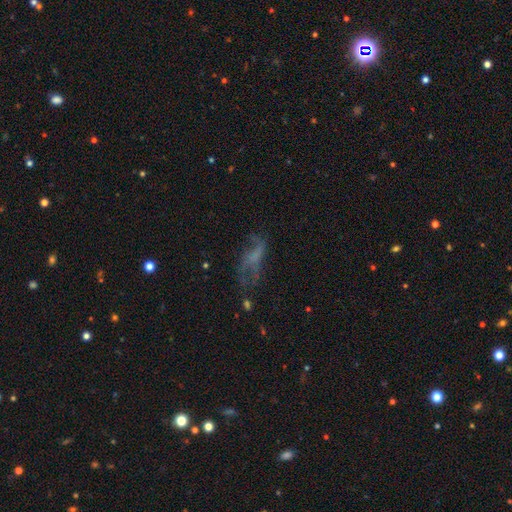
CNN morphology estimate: featured or disk 49%, smooth 32%, star or artifact 19%. Down the decision tree: merging — none (39%).